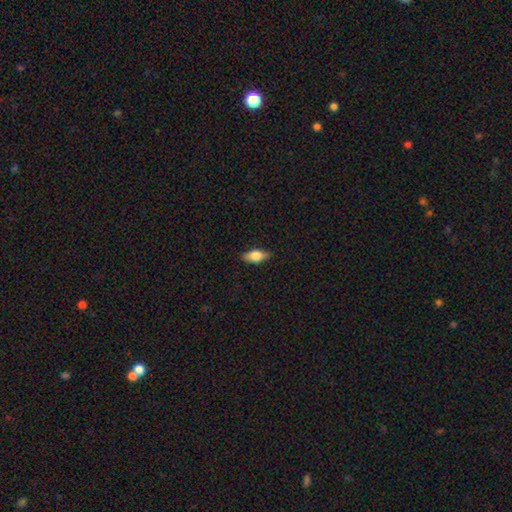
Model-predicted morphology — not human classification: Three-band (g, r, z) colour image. It shows a smooth galaxy with no disk features (70%) that is in between round and cigar-shaped (81%). Merging: none (87%).